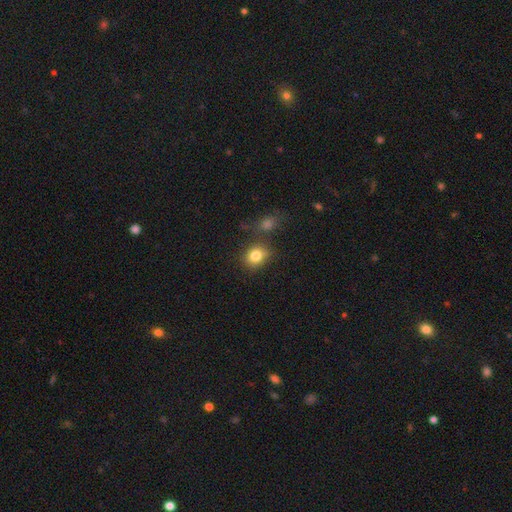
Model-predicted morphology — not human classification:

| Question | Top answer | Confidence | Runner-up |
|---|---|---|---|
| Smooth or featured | smooth | 82% | star or artifact (11%) |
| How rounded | round | 69% | in between (30%) |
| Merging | none | 66% | minor disturbance (15%) |